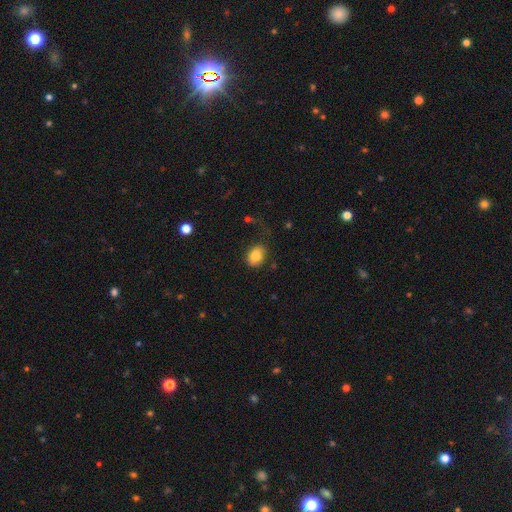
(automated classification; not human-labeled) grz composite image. It shows a smooth galaxy with no disk features (82%) that is in between round and cigar-shaped (63%). Merging: none (69%).